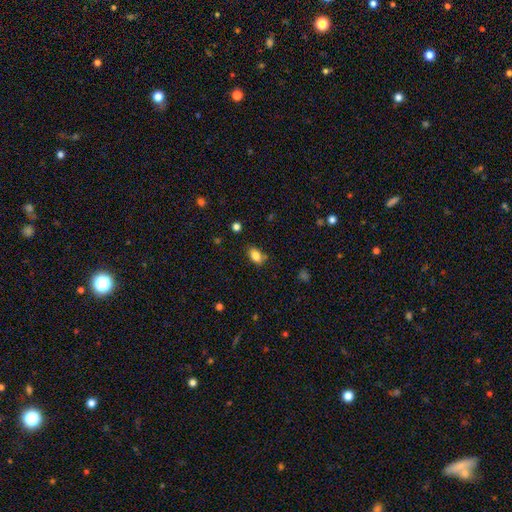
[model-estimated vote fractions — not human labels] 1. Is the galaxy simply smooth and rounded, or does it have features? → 83% smooth, 10% star or artifact, 7% featured or disk.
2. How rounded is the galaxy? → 84% in between, 14% round, 2% cigar-shaped.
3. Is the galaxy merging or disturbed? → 70% none, 18% minor disturbance, 7% merger, 4% major disturbance.